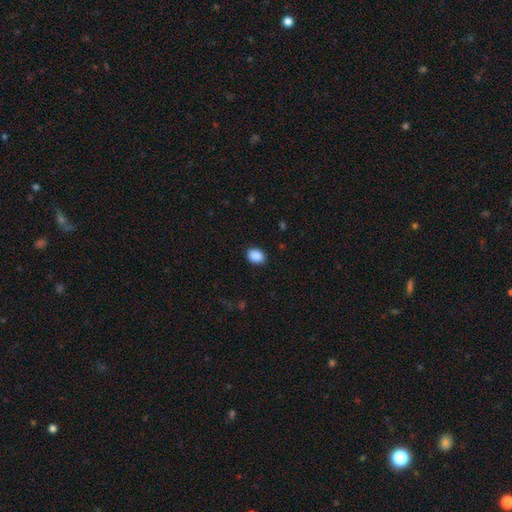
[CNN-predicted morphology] Smooth or featured: smooth — 90% (star or artifact — 8%)
How rounded: in between — 70% (round — 29%)
Merging: none — 89% (minor disturbance — 8%)